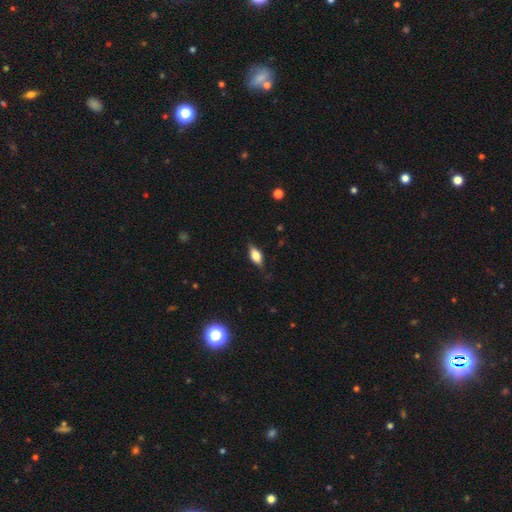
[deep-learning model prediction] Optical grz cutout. It shows a smooth galaxy with no disk features (66%) that is in between round and cigar-shaped (83%). Merging: none (78%).